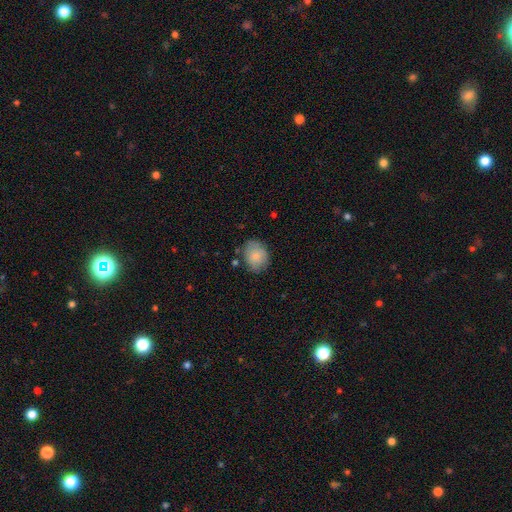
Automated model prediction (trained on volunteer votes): Smooth or featured: smooth — 81% (featured or disk — 12%)
How rounded: round — 50% (tied with in between — 50%)
Merging: none — 73% (minor disturbance — 19%)